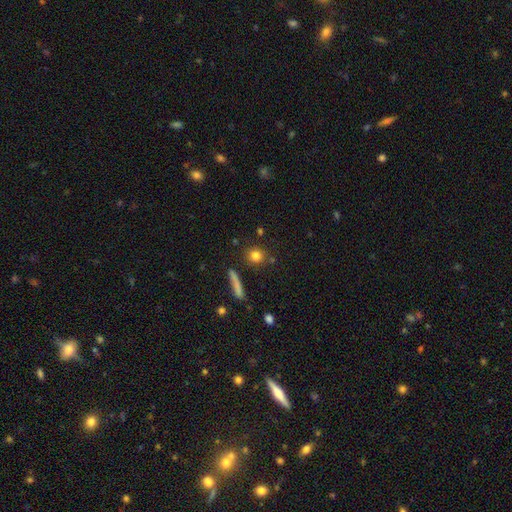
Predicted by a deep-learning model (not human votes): This appears to be a smooth galaxy with no disk features (80%) that is round (81%). Merging: none (83%).